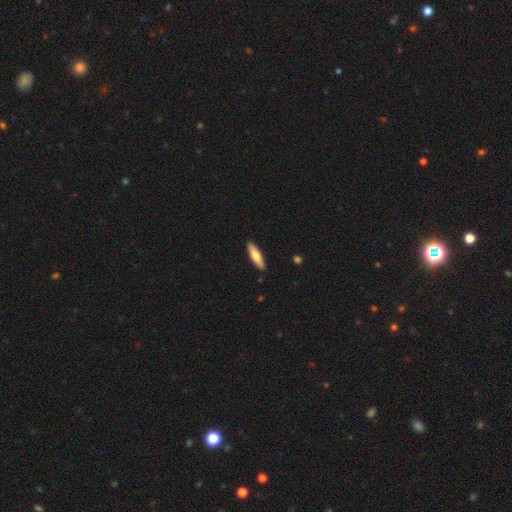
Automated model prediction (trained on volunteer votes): The model was most divided on "how rounded": cigar-shaped: 66%, in between: 33%, round: 2%. More confident: merging — none (90%); smooth or featured — smooth (72%).